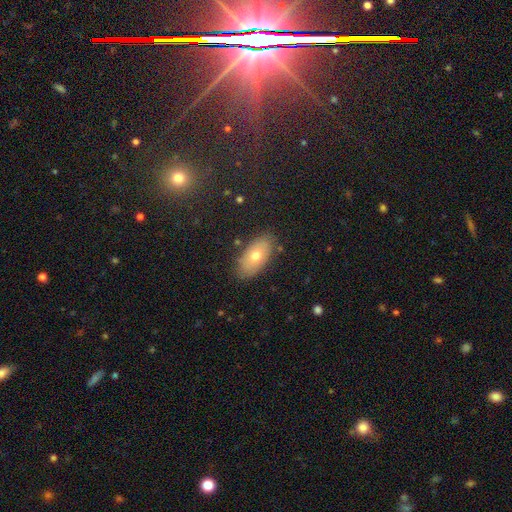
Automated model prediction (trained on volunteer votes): Overall: smooth (66%). How rounded: in between (92%). Merging: none (83%).